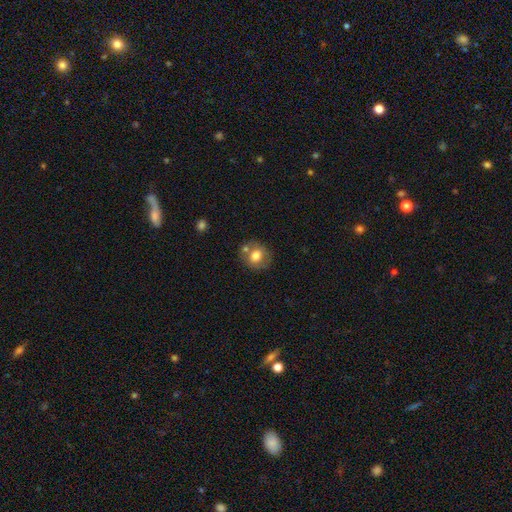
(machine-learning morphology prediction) type=smooth (71%); roundness=round (82%); merging=none (66%).